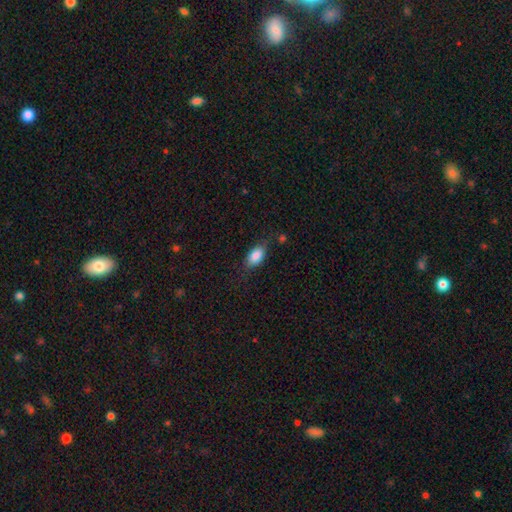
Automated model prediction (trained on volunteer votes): Q: Smooth or featured?
A: smooth (84%); runner-up: featured or disk (9%)
Q: How rounded?
A: in between (89%); runner-up: cigar-shaped (6%)
Q: Merging?
A: none (71%); runner-up: minor disturbance (21%)